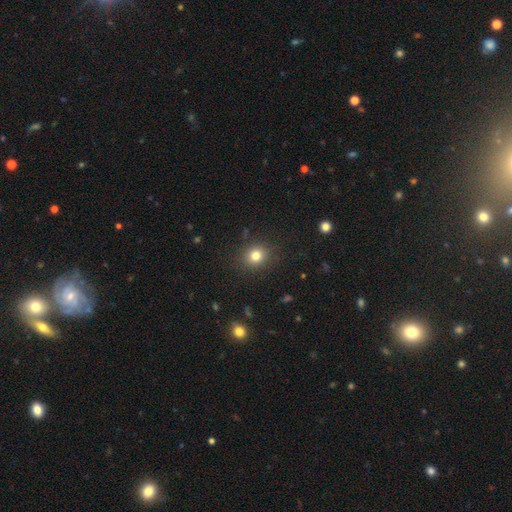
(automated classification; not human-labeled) Overall: smooth (79%). How rounded: round (77%). Merging: none (88%).